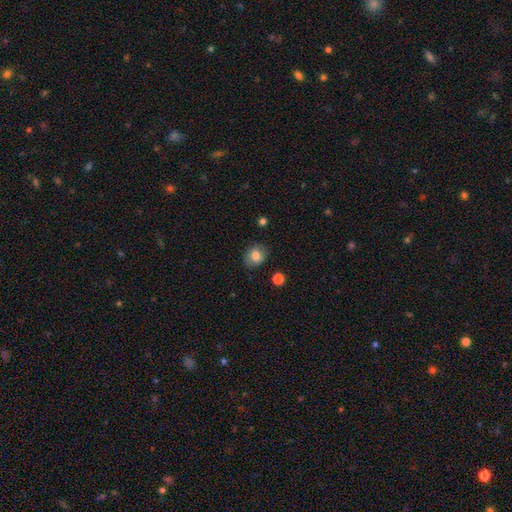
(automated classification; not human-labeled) The model was most divided on "how rounded": round: 52%, in between: 47%, cigar-shaped: 1%. More confident: smooth or featured — smooth (80%); merging — none (77%).